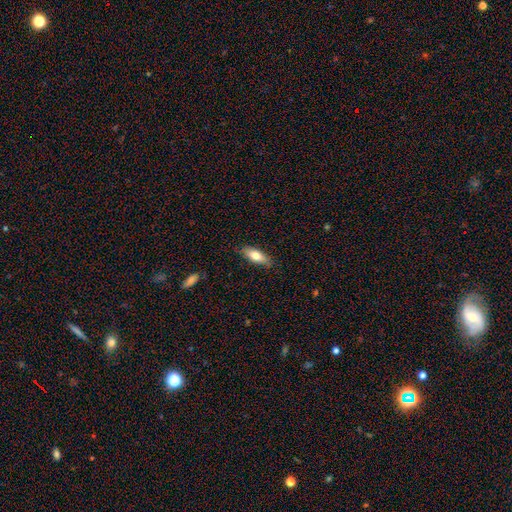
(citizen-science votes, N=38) Morphology: type=smooth (74%); roundness=in between (79%); merging=none (94%).